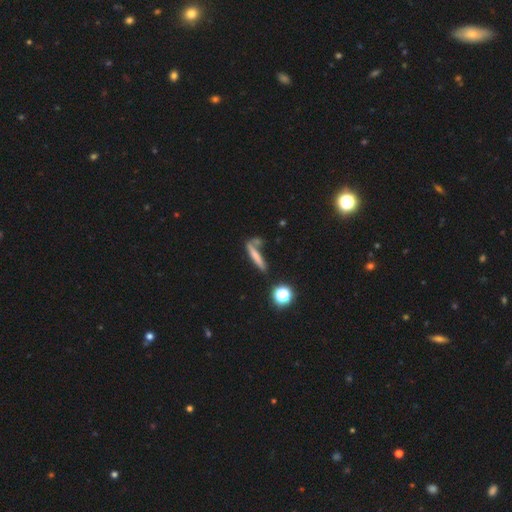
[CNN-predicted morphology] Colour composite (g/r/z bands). It shows a smooth galaxy with no disk features (60%) that is cigar-shaped (85%). Merging: none (56%).